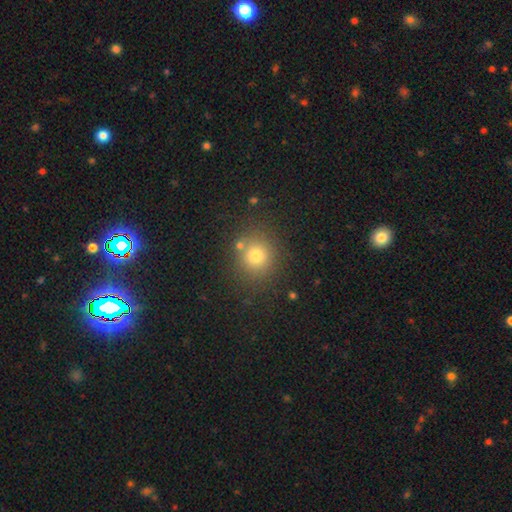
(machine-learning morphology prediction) smooth_or_featured: smooth (p=0.75) [alt: star or artifact p=0.16]
how_rounded: round (p=0.86) [alt: in between p=0.13]
merging: none (p=0.80) [alt: minor disturbance p=0.09]